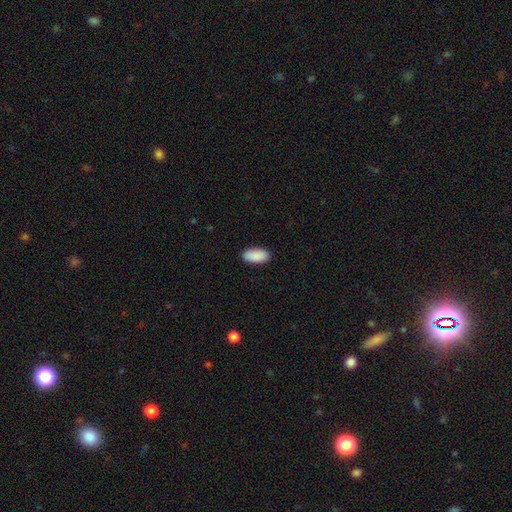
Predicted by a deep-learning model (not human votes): Q: Smooth or featured?
A: smooth (91%); runner-up: star or artifact (6%)
Q: How rounded?
A: in between (94%); runner-up: cigar-shaped (4%)
Q: Merging?
A: none (90%); runner-up: minor disturbance (8%)